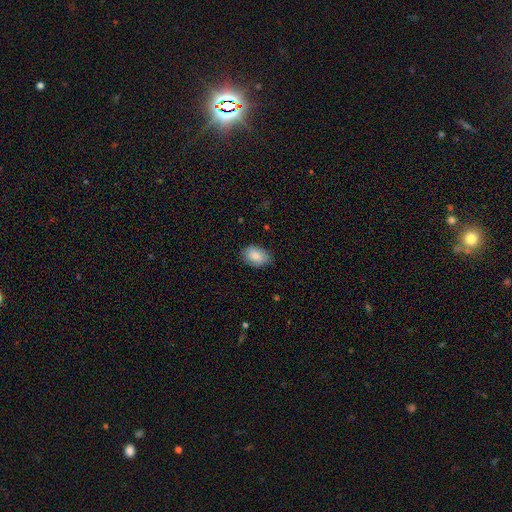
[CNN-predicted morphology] smooth 85%, featured or disk 8%, star or artifact 7%. Down the decision tree: how rounded — in between (86%); merging — none (81%).